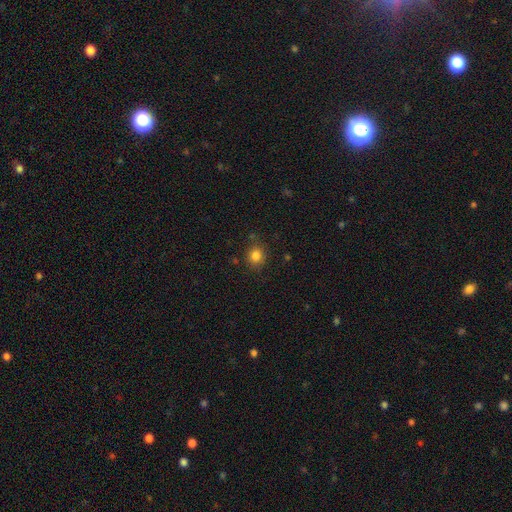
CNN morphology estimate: The model was most divided on "how rounded": round: 80%, in between: 19%, cigar-shaped: 1%. More confident: smooth or featured — smooth (82%); merging — none (82%).